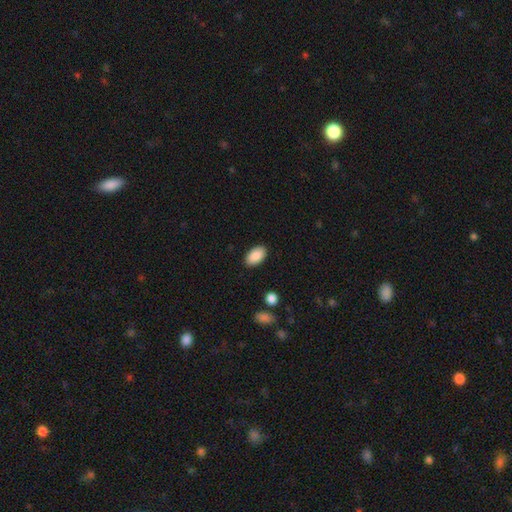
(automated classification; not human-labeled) Q: Smooth or featured?
A: smooth (89%); runner-up: star or artifact (7%)
Q: How rounded?
A: in between (94%); runner-up: round (4%)
Q: Merging?
A: none (89%); runner-up: minor disturbance (8%)